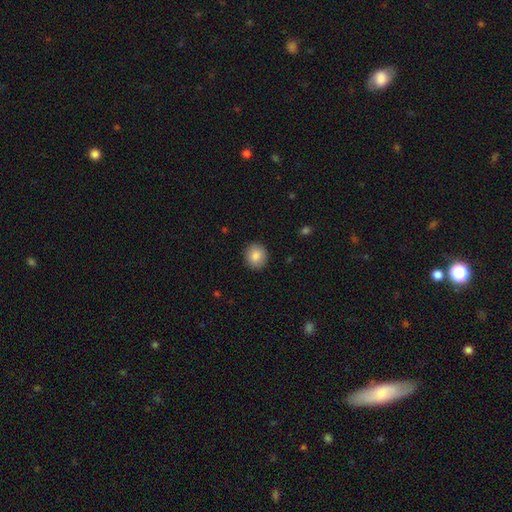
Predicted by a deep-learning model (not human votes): Q: Smooth or featured?
A: smooth (85%); runner-up: star or artifact (8%)
Q: How rounded?
A: round (87%); runner-up: in between (12%)
Q: Merging?
A: none (92%); runner-up: minor disturbance (6%)